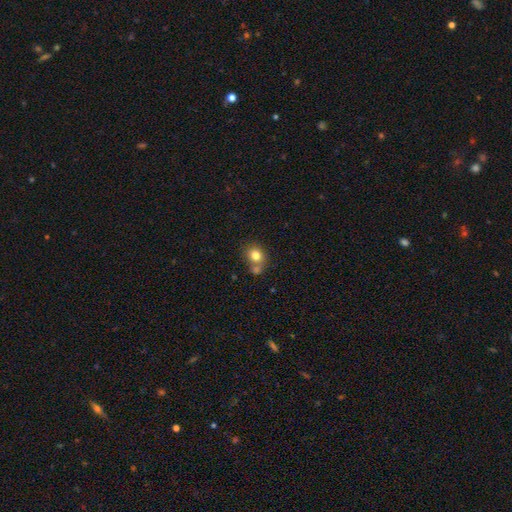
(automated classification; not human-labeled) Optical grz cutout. It shows a smooth galaxy with no disk features (79%) that is round (71%). Merging: none (52%).